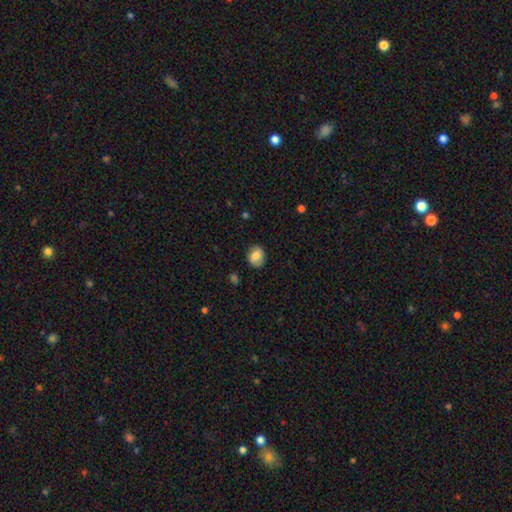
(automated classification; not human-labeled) Smooth or featured: smooth — 78% (featured or disk — 14%)
How rounded: round — 59% (in between — 40%)
Merging: none — 81% (minor disturbance — 14%)